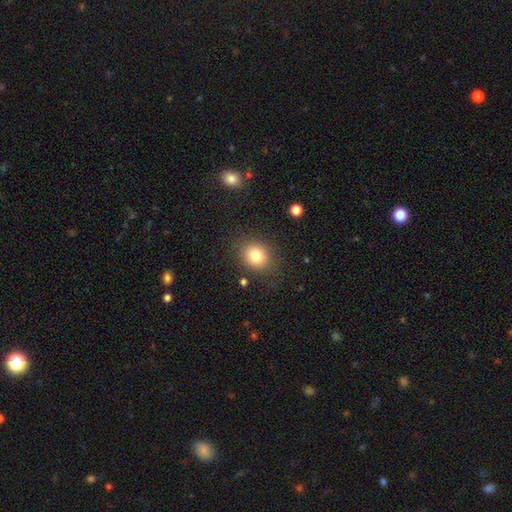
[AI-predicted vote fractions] smooth_or_featured: smooth (p=0.81) [alt: star or artifact p=0.11]
how_rounded: round (p=0.71) [alt: in between p=0.28]
merging: none (p=0.84) [alt: minor disturbance p=0.10]